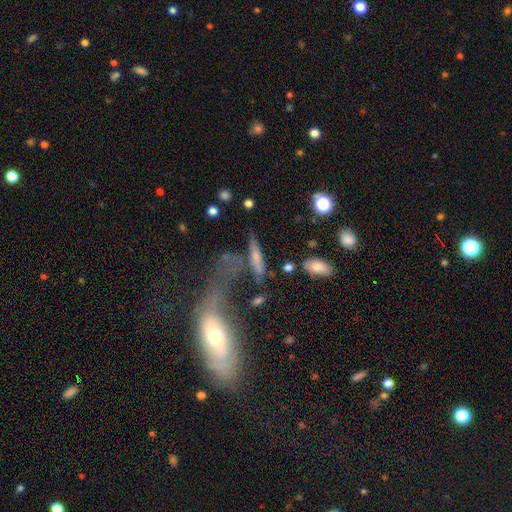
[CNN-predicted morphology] Overall: smooth (47%; featured or disk 39%). Merging: none (46%; merger 25%).